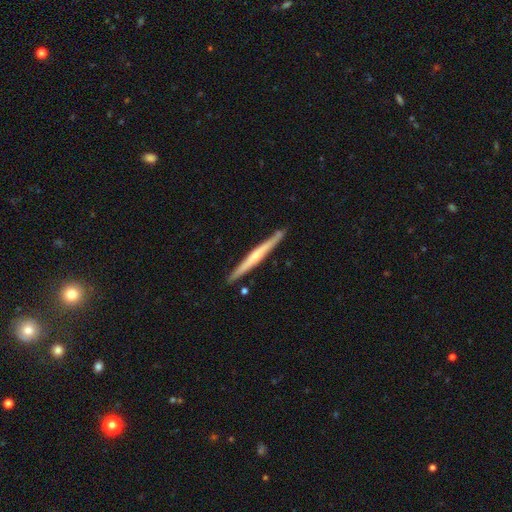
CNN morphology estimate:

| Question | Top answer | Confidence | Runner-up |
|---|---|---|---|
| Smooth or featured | featured or disk | 60% | smooth (35%) |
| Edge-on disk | yes | 97% | no (3%) |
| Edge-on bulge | none | 49% | rounded (44%) |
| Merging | none | 87% | minor disturbance (9%) |